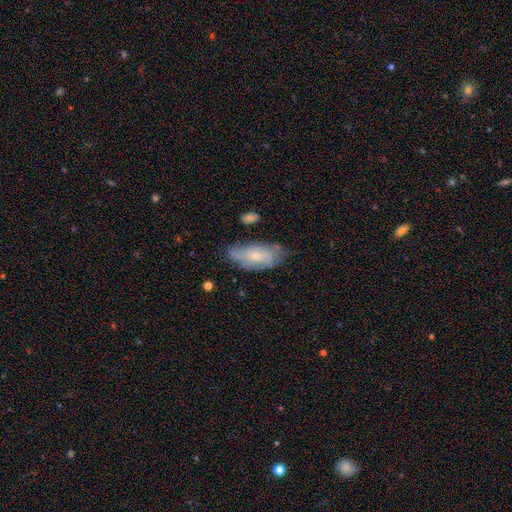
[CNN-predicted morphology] This is possibly a smooth galaxy (47%). Merging: possibly none (56%).